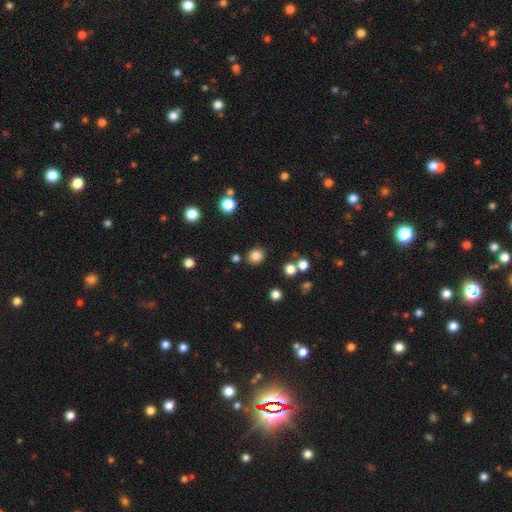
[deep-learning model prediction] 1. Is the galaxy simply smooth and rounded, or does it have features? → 83% smooth, 12% star or artifact, 5% featured or disk.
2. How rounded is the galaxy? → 78% round, 21% in between, 1% cigar-shaped.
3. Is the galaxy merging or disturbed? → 85% none, 8% minor disturbance, 4% merger, 3% major disturbance.